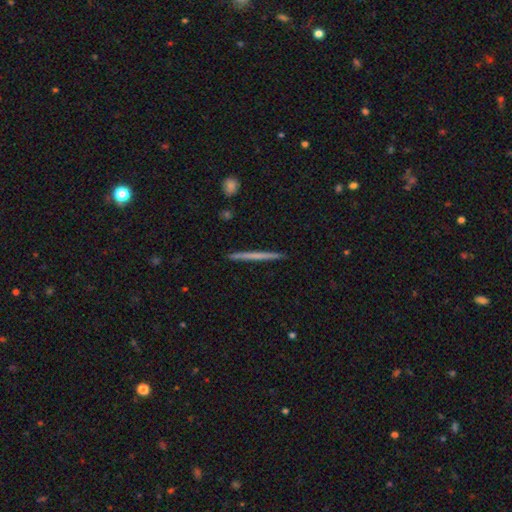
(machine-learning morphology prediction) Overall: smooth (50%; featured or disk 45%). Merging: none (92%).